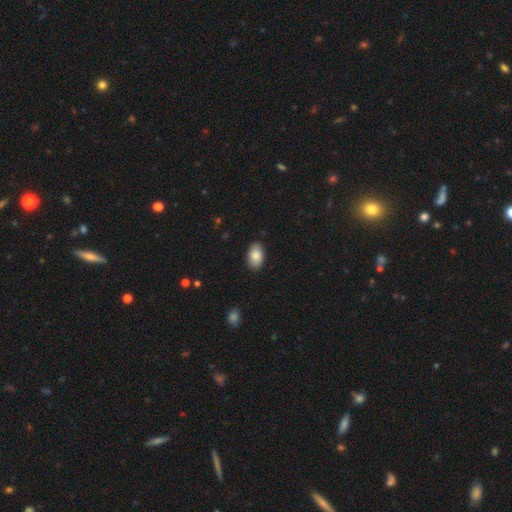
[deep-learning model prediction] A smooth galaxy with no disk features (86%) that is in between round and cigar-shaped (93%). Merging: none (87%).